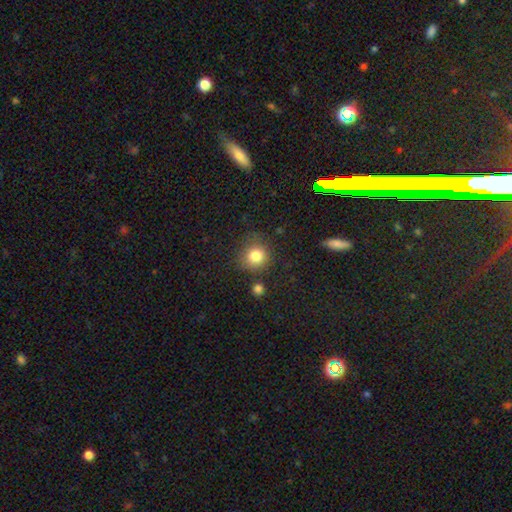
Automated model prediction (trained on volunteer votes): A smooth galaxy with no disk features (82%) that is round (88%).

Vote fractions:
- Smooth or featured? smooth: 82% / star or artifact: 11% / featured or disk: 6%
- How rounded? round: 88% / in between: 11% / cigar-shaped: 1%
- Merging? none: 78% / minor disturbance: 12% / merger: 5% / major disturbance: 4%